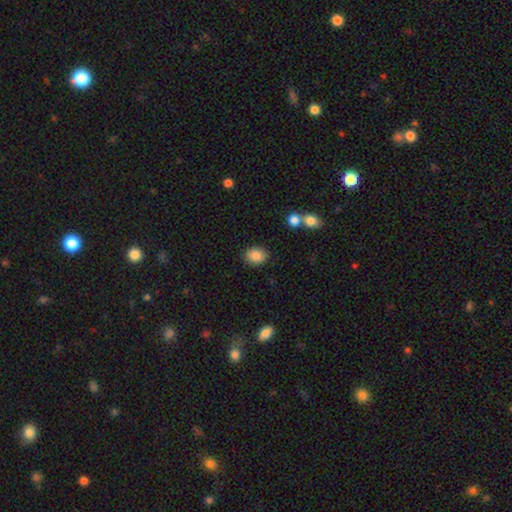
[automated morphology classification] This appears to be a smooth galaxy with no disk features (86%) that is in between round and cigar-shaped (55%). Merging: none (86%).